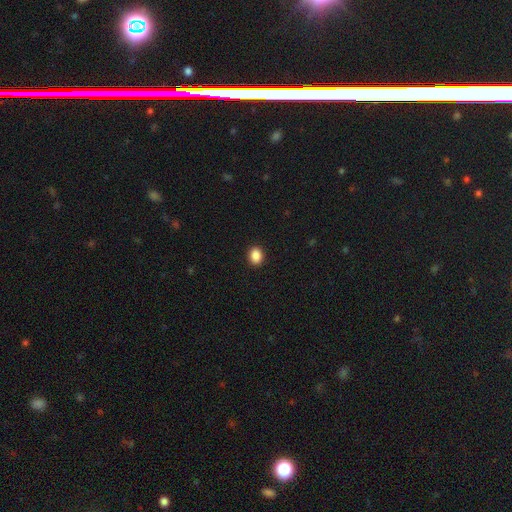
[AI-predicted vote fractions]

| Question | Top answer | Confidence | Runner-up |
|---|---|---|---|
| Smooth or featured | smooth | 89% | star or artifact (9%) |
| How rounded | in between | 55% | round (44%) |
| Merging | none | 92% | minor disturbance (6%) |